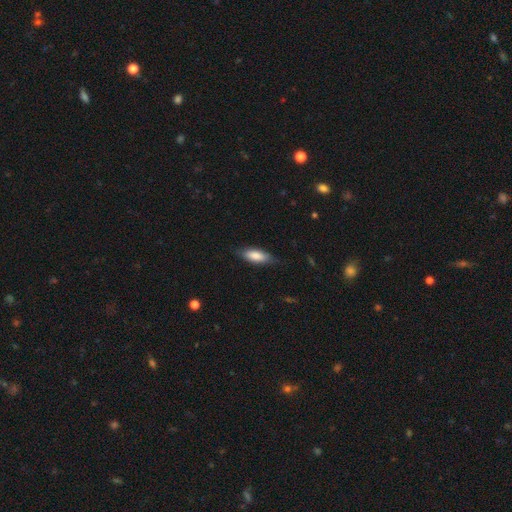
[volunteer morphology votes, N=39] This is likely a smooth galaxy (67%). How rounded: likely in between (73%). Merging: clearly none (91%).